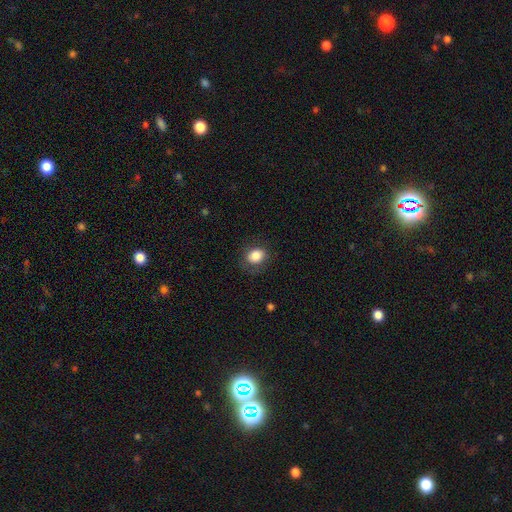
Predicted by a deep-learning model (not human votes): This appears to be a smooth galaxy with no disk features (84%) that is in between round and cigar-shaped (50%). Merging: none (74%).